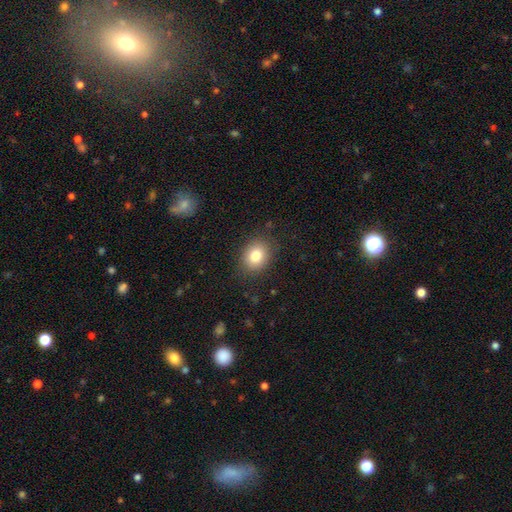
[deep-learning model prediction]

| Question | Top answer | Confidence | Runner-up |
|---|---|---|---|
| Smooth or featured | smooth | 81% | star or artifact (10%) |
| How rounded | round | 53% | in between (46%) |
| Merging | none | 85% | minor disturbance (10%) |